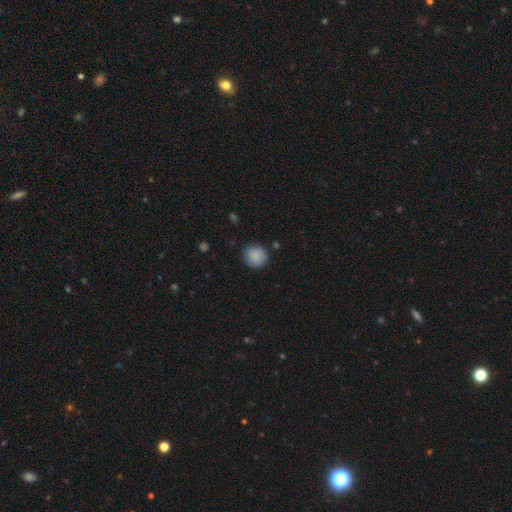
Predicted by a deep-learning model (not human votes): smooth-or-featured: smooth: 88% | star or artifact: 8% | featured or disk: 5%
  how-rounded: round: 90% | in between: 9% | cigar-shaped: 1%
  merging: none: 85% | minor disturbance: 11% | major disturbance: 3% | merger: 2%